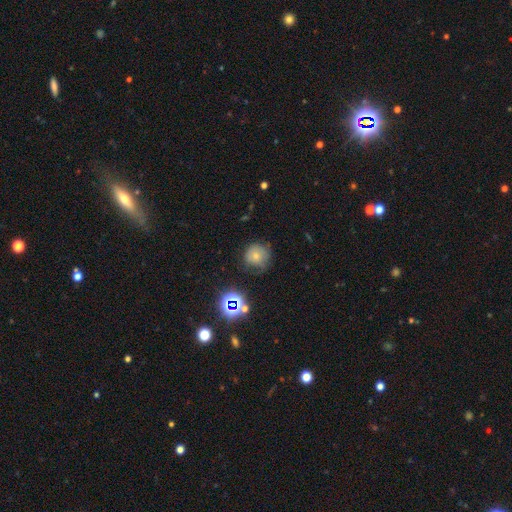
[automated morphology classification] Smooth or featured: smooth — 63% (star or artifact — 19%)
How rounded: round — 89% (in between — 10%)
Merging: none — 61% (minor disturbance — 27%)